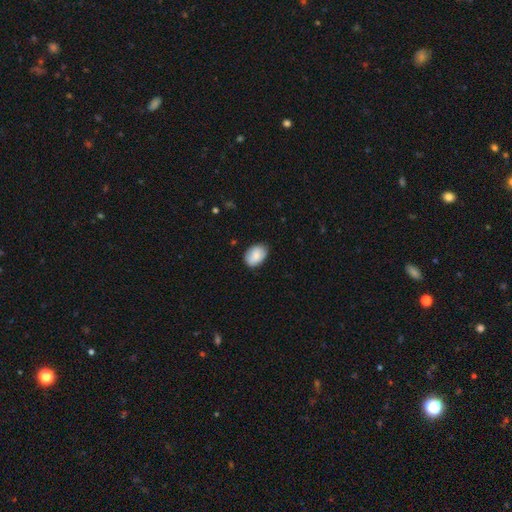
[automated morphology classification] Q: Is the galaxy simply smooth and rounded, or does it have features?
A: smooth — 84%.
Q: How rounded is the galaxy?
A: in between — 83%.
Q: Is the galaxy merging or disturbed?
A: none — 79%.